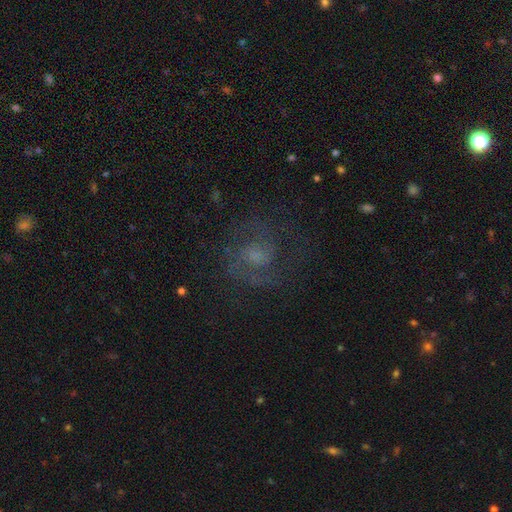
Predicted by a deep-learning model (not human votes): smooth_or_featured: featured or disk (p=0.71) [alt: smooth p=0.16]
disk_edge_on: no (p=0.98) [alt: yes p=0.02]
bar: no (p=0.61) [alt: weak p=0.33]
has_spiral_arms: yes (p=0.90) [alt: no p=0.10]
spiral_winding: medium (p=0.52) [alt: tight p=0.30]
spiral_arm_count: 2 (p=0.64) [alt: can't tell p=0.18]
bulge_size: small (p=0.42) [alt: moderate p=0.32]
merging: none (p=0.68) [alt: minor disturbance p=0.16]